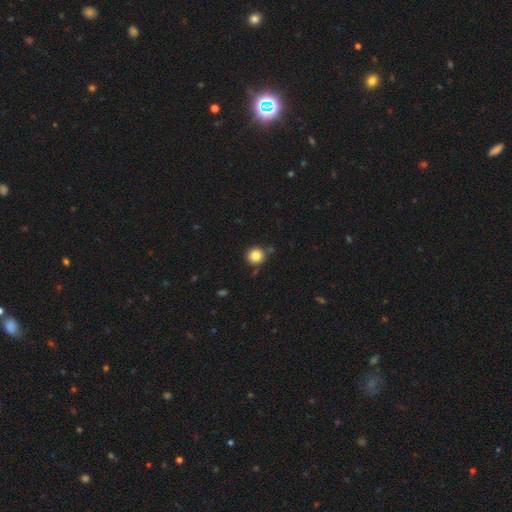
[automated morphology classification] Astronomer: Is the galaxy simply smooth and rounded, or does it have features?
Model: smooth — 82%.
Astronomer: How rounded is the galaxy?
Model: round — 94%.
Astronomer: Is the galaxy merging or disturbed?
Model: none — 85%.